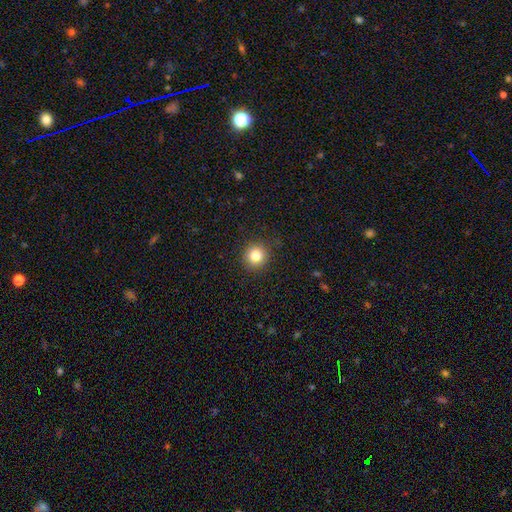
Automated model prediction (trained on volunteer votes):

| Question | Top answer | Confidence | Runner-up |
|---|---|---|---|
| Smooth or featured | smooth | 83% | star or artifact (11%) |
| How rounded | round | 92% | in between (7%) |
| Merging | none | 90% | minor disturbance (7%) |